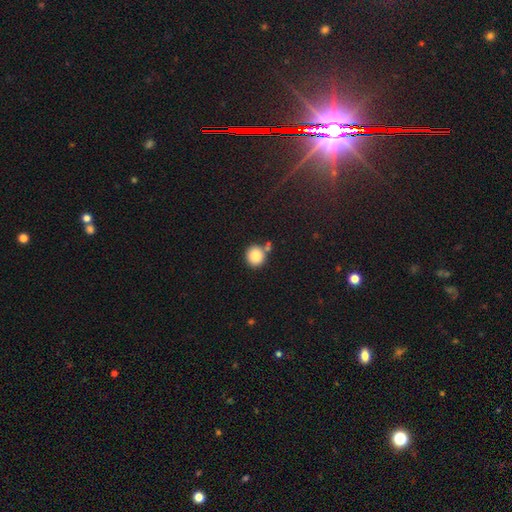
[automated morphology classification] smooth 85%, star or artifact 9%, featured or disk 6%. Down the decision tree: how rounded — round (91%); merging — none (69%).